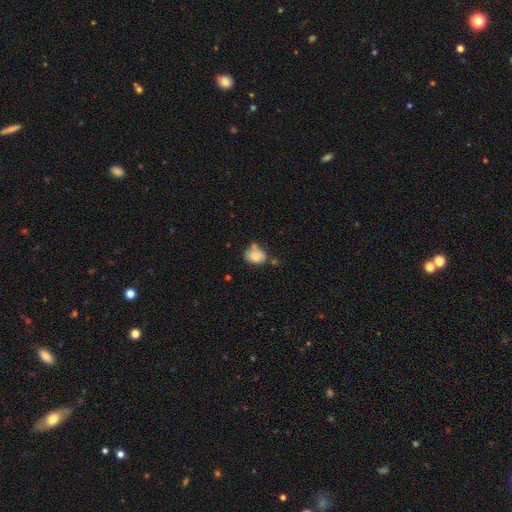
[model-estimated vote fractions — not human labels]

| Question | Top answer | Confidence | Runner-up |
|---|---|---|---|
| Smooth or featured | smooth | 79% | featured or disk (12%) |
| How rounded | in between | 66% | round (32%) |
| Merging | none | 44% | minor disturbance (26%) |